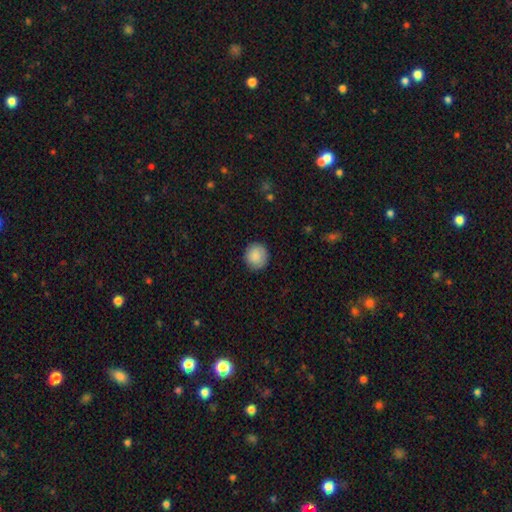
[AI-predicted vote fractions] smooth_or_featured: smooth (p=0.88) [alt: star or artifact p=0.07]
how_rounded: round (p=0.89) [alt: in between p=0.10]
merging: none (p=0.88) [alt: minor disturbance p=0.09]